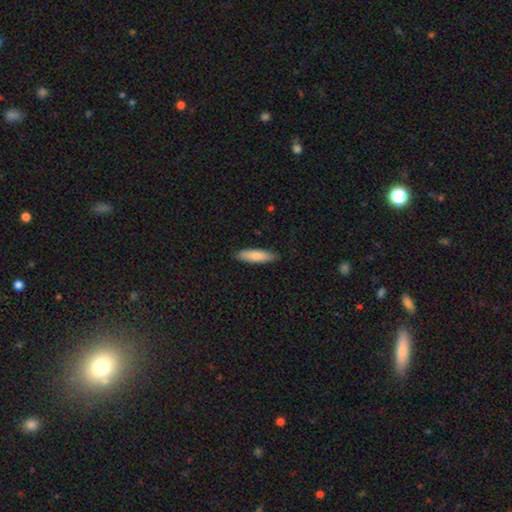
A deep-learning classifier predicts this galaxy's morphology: Smooth or featured?
  - smooth: 82% *
  - featured or disk: 13%
  - star or artifact: 5%
How rounded?
  - cigar-shaped: 62% *
  - in between: 36%
  - round: 1%
Merging?
  - none: 87% *
  - minor disturbance: 10%
  - major disturbance: 2%
  - merger: 1%